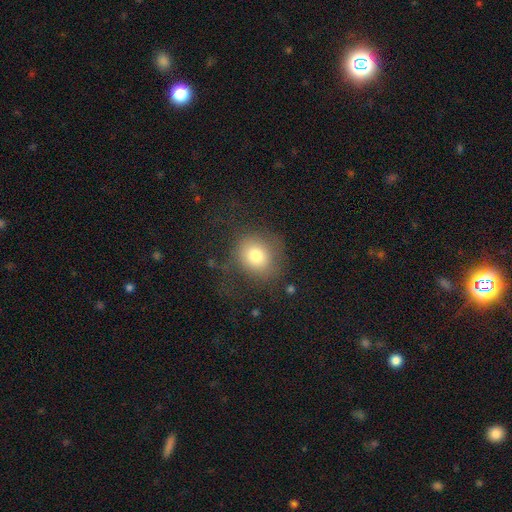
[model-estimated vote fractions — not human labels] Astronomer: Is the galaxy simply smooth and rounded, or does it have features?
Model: smooth — 76%.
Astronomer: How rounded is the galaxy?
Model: round — 71%.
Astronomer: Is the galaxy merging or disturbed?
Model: none — 61%.